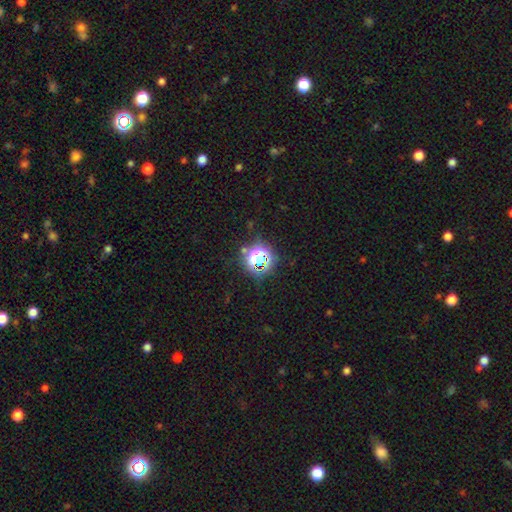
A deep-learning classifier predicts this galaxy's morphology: Q: Smooth or featured?
A: star or artifact (64%); runner-up: smooth (27%)